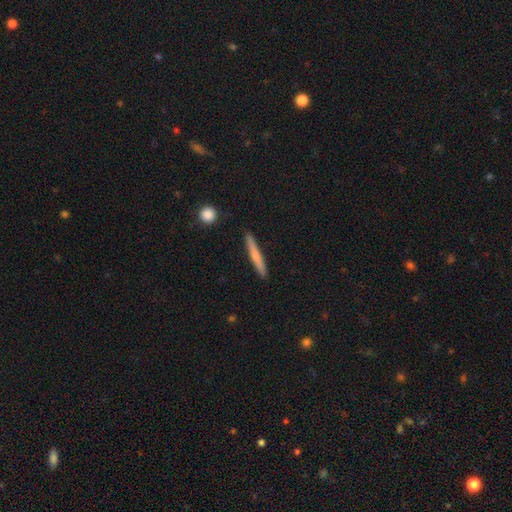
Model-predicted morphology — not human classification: smooth-or-featured: smooth: 61% | featured or disk: 33% | star or artifact: 6%
  how-rounded: cigar-shaped: 95% | in between: 3% | round: 2%
  merging: none: 89% | minor disturbance: 8% | merger: 2% | major disturbance: 1%